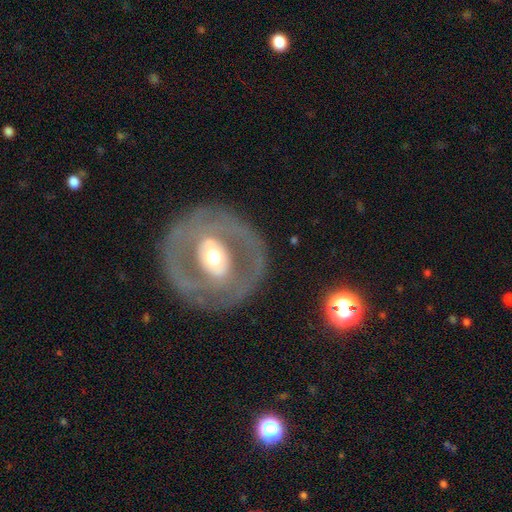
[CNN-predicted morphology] The model was most divided on "bar": strong: 48%, weak: 31%, no: 21%. More confident: edge-on disk — no (90%); merging — none (80%); smooth or featured — featured or disk (75%); spiral arms — no (67%); bulge size — moderate (64%).